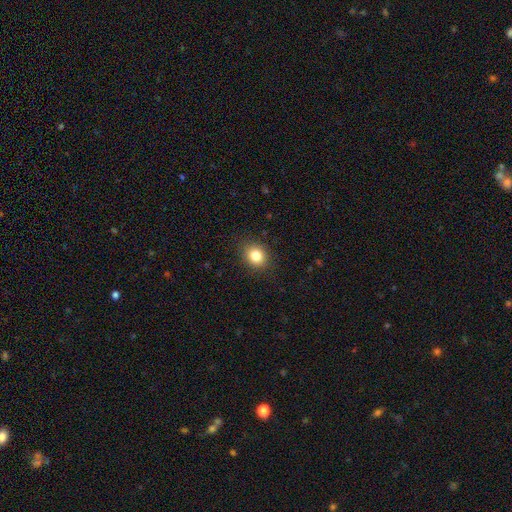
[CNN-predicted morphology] type=smooth (83%); roundness=round (65%); merging=none (87%).